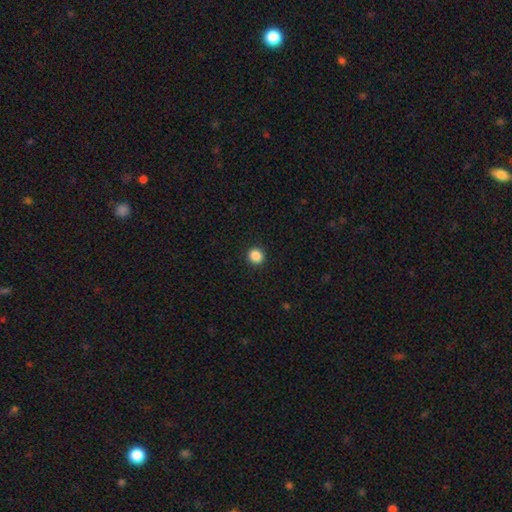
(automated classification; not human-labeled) smooth_or_featured: smooth (p=0.87) [alt: star or artifact p=0.10]
how_rounded: round (p=0.93) [alt: in between p=0.06]
merging: none (p=0.93) [alt: minor disturbance p=0.05]